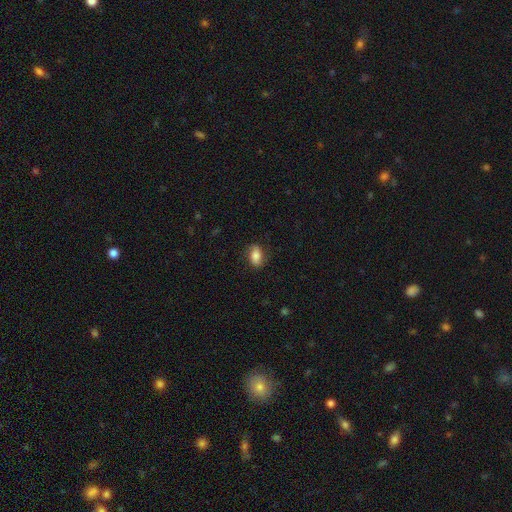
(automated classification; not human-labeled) smooth_or_featured: smooth (p=0.72) [alt: featured or disk p=0.20]
how_rounded: in between (p=0.86) [alt: round p=0.09]
merging: none (p=0.77) [alt: minor disturbance p=0.16]